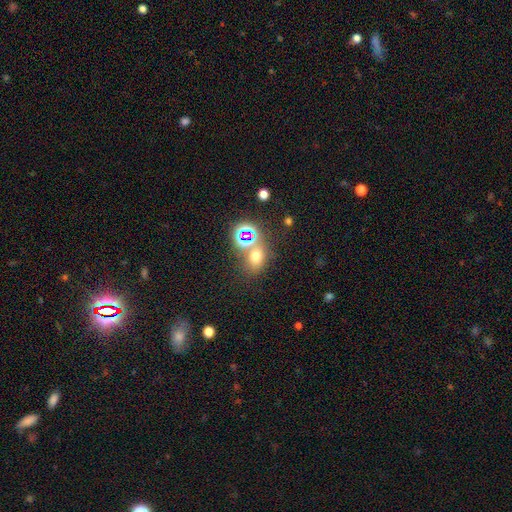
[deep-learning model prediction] smooth-or-featured: smooth: 59% | star or artifact: 30% | featured or disk: 11%
  how-rounded: in between: 53% | round: 45% | cigar-shaped: 1%
  merging: none: 59% | merger: 24% | minor disturbance: 11% | major disturbance: 6%